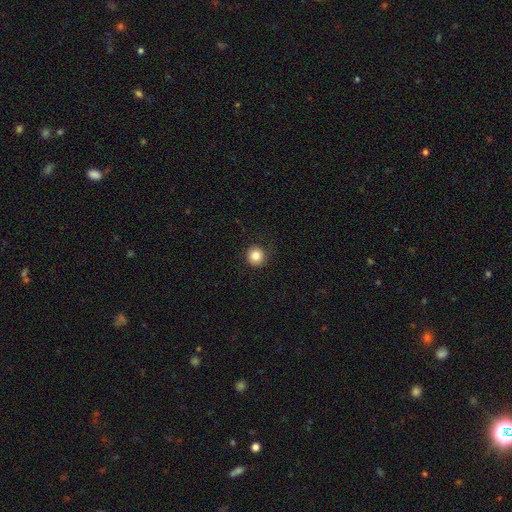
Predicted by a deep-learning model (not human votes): Smooth or featured? smooth (85%)
How rounded? round (95%)
Merging? none (88%)